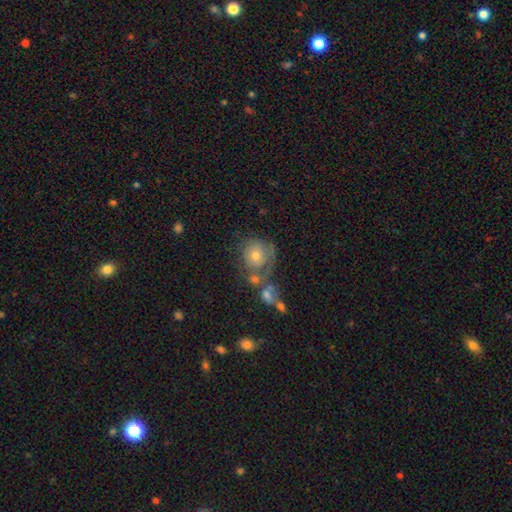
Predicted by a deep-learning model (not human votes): This is possibly a smooth galaxy (54%). How rounded: clearly round (81%). Merging: marginally none (41%).